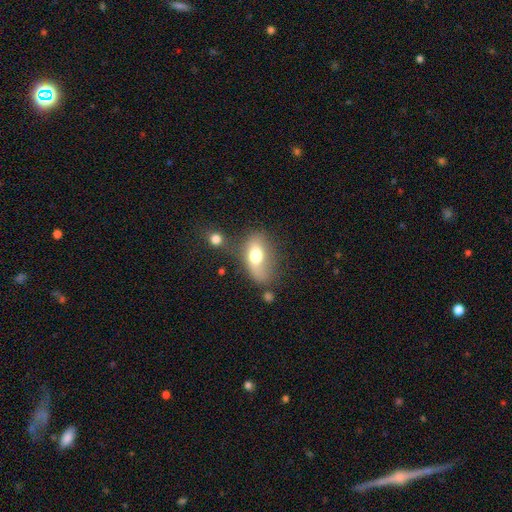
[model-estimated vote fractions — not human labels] smooth 66%, featured or disk 26%, star or artifact 8%. Down the decision tree: how rounded — in between (86%); merging — none (47%).